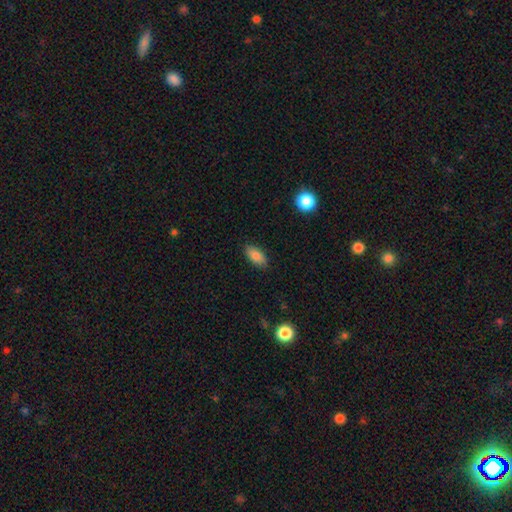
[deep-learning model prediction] This appears to be a smooth galaxy with no disk features (83%) that is in between round and cigar-shaped (89%). Merging: none (87%).